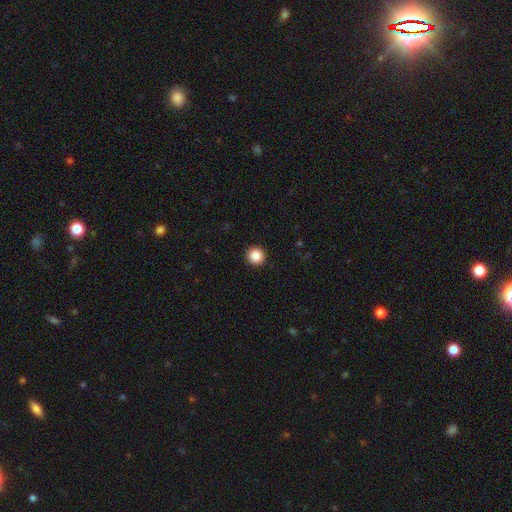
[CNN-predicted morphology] Smooth or featured? Predicted: smooth (p=0.87). How rounded? Predicted: round (p=0.96). Merging? Predicted: none (p=0.94).